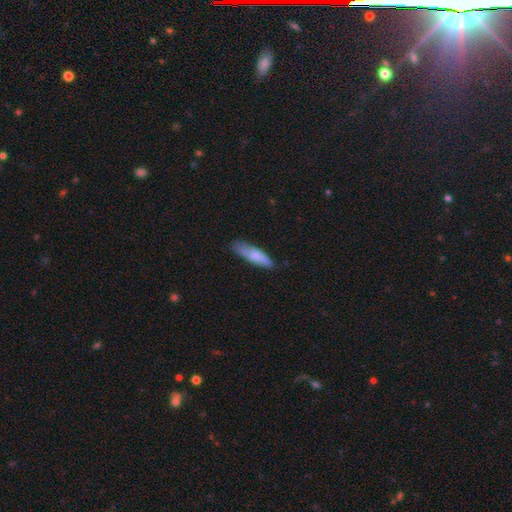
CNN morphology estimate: Smooth or featured: smooth — 69% (featured or disk — 25%)
How rounded: cigar-shaped — 63% (in between — 36%)
Merging: none — 68% (minor disturbance — 24%)